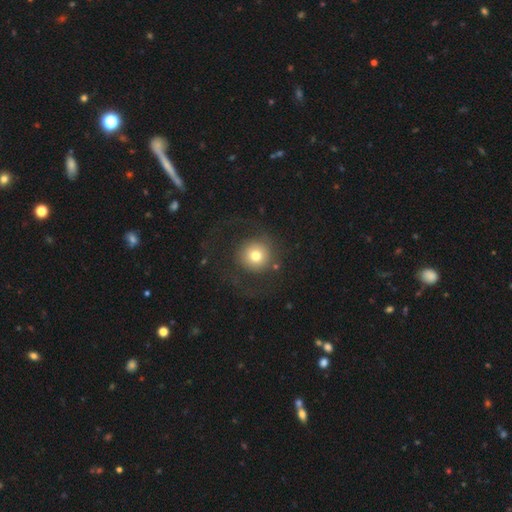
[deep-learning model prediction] Morphology: type=smooth (69%); roundness=round (94%); merging=none (67%).